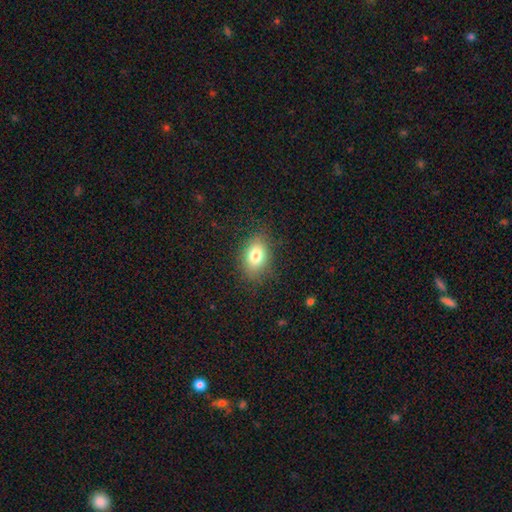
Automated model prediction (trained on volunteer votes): A smooth galaxy with no disk features (80%) that is in between round and cigar-shaped (78%). Merging: none (82%).